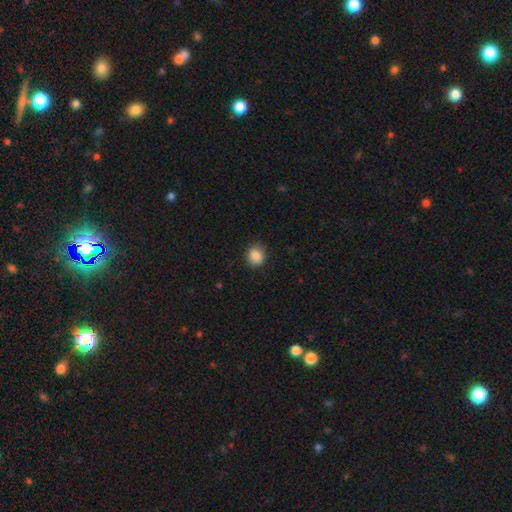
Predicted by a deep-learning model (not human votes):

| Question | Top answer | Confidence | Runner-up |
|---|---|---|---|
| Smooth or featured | smooth | 88% | star or artifact (9%) |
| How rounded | round | 68% | in between (31%) |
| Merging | none | 85% | minor disturbance (12%) |